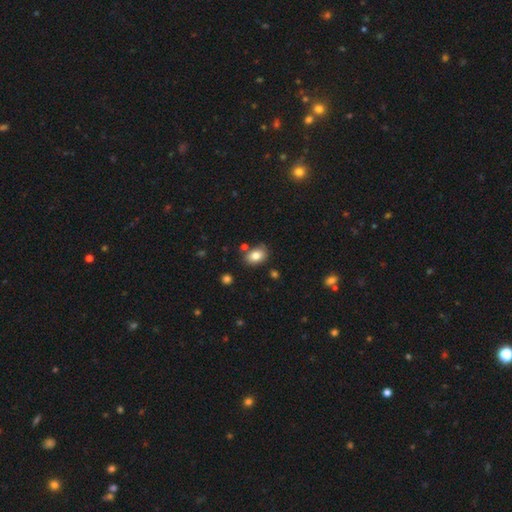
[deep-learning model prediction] Smooth or featured?
  - smooth: 83% *
  - star or artifact: 9%
  - featured or disk: 9%
How rounded?
  - in between: 77% *
  - round: 22%
  - cigar-shaped: 1%
Merging?
  - none: 78% *
  - minor disturbance: 13%
  - merger: 6%
  - major disturbance: 3%